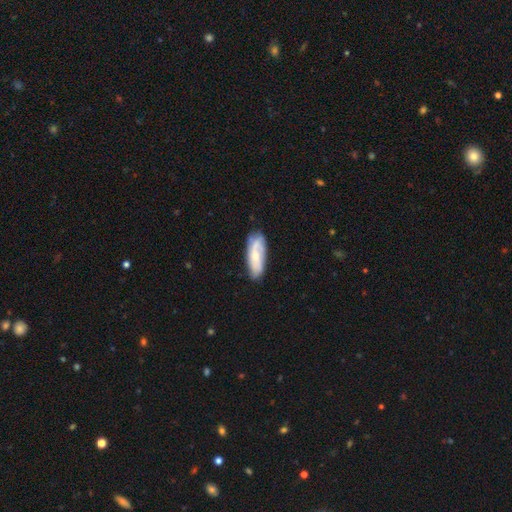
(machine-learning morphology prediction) Overall: featured or disk (52%; smooth 42%). Edge-on disk: no (85%). Merging: none (68%).